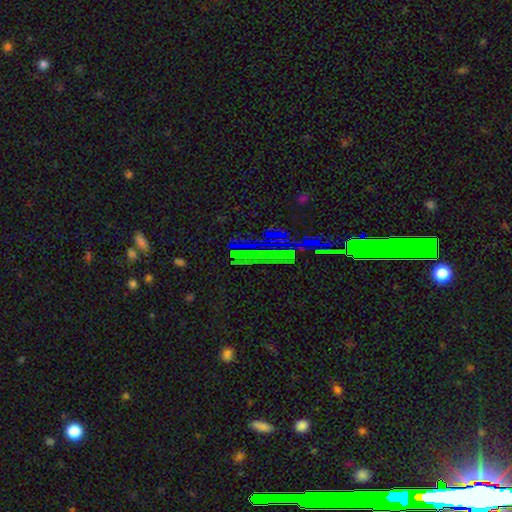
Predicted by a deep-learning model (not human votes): The model was most divided on "smooth or featured": star or artifact: 72%, featured or disk: 15%, smooth: 13%.